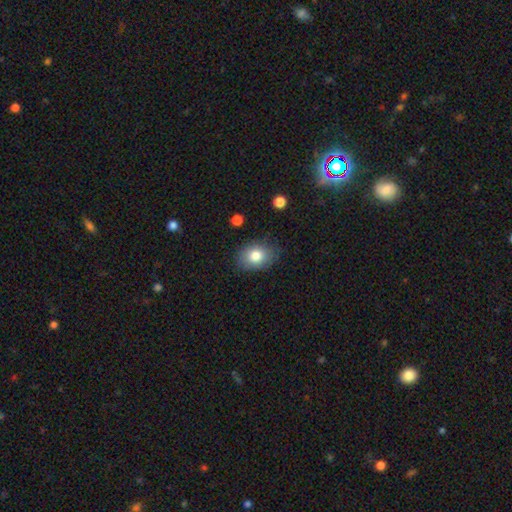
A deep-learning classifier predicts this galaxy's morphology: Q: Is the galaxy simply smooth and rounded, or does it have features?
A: smooth — 80%.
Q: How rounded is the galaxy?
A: in between — 72%.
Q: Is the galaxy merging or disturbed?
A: none — 80%.